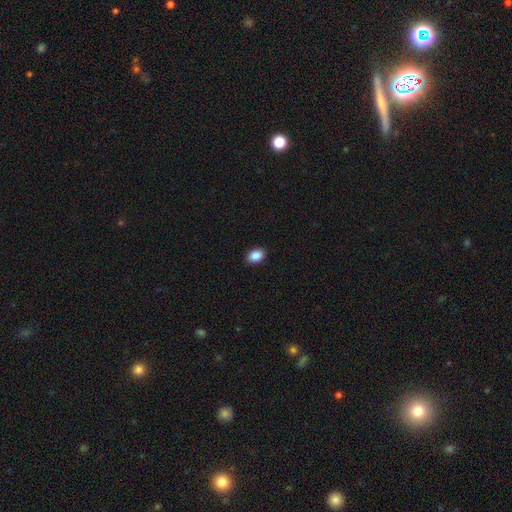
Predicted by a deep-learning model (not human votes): smooth_or_featured: smooth (p=0.89) [alt: star or artifact p=0.08]
how_rounded: in between (p=0.80) [alt: round p=0.19]
merging: none (p=0.90) [alt: minor disturbance p=0.07]